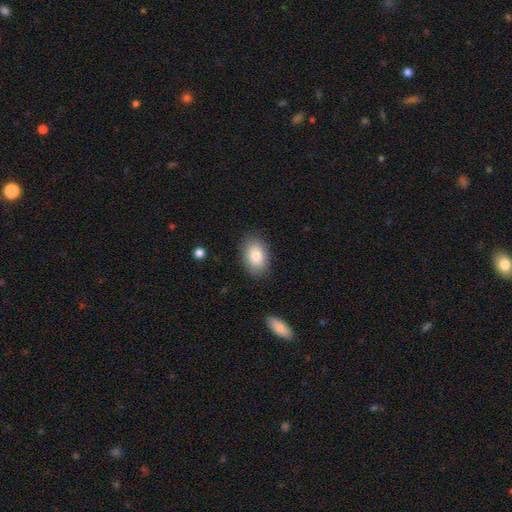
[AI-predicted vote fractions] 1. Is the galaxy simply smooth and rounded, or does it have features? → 87% smooth, 7% featured or disk, 6% star or artifact.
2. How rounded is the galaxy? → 88% in between, 11% round, 1% cigar-shaped.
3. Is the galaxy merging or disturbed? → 85% none, 11% minor disturbance, 3% major disturbance, 1% merger.